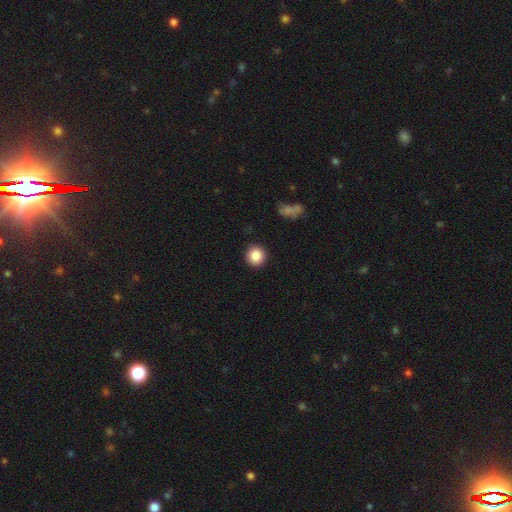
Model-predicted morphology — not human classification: Smooth or featured? smooth (87%)
How rounded? round (91%)
Merging? none (92%)